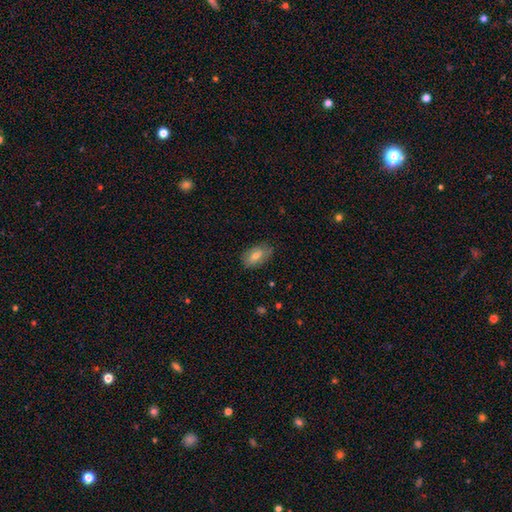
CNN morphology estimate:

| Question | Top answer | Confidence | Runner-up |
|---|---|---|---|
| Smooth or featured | smooth | 71% | featured or disk (21%) |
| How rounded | in between | 90% | round (7%) |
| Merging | none | 78% | minor disturbance (17%) |